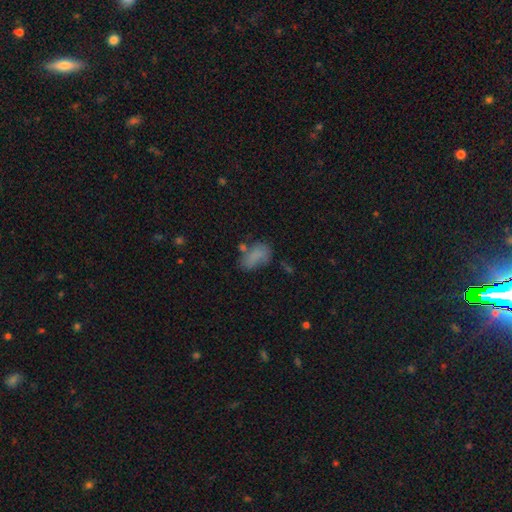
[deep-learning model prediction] The model was most divided on "merging": none: 44%, minor disturbance: 27%, major disturbance: 17%, merger: 12%. More confident: how rounded — in between (88%); smooth or featured — smooth (73%).